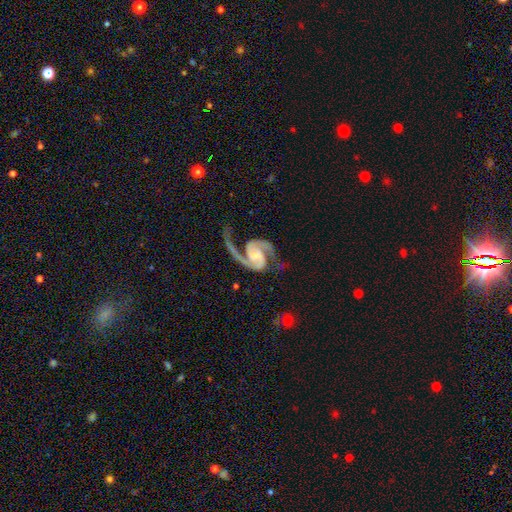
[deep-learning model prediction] Smooth or featured? Predicted: featured or disk (p=0.93). Edge-on disk? Predicted: no (p=0.98). Bar? Predicted: no (p=0.50). Spiral arms? Predicted: yes (p=0.98). Spiral winding? Predicted: medium (p=0.55). Spiral arm count? Predicted: 2 (p=0.93). Bulge size? Predicted: small (p=0.38). Merging? Predicted: none (p=0.62).